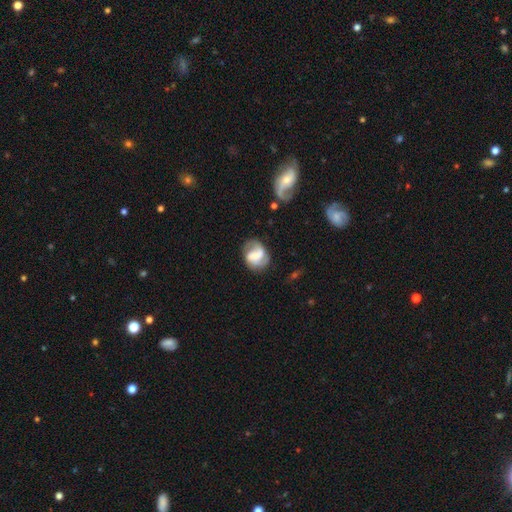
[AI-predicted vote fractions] A featured or disk galaxy (60%) with a weak bar (41%), spiral arms (85%) and no central bulge (33%). Merging: none (58%).